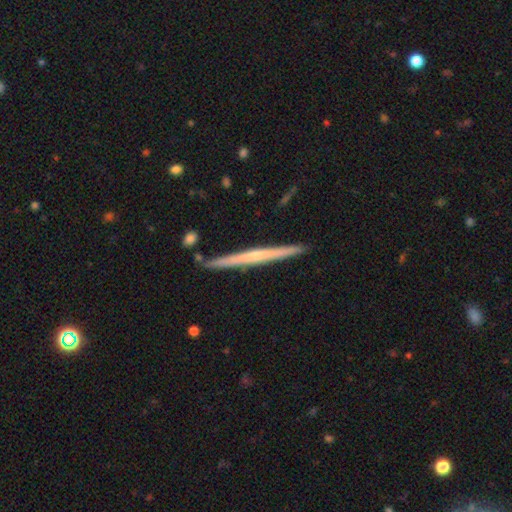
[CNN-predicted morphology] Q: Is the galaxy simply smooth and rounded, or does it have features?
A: featured or disk — 61%.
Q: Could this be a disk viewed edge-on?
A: yes — 98%.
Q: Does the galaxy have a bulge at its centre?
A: none — 64%.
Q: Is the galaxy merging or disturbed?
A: none — 89%.